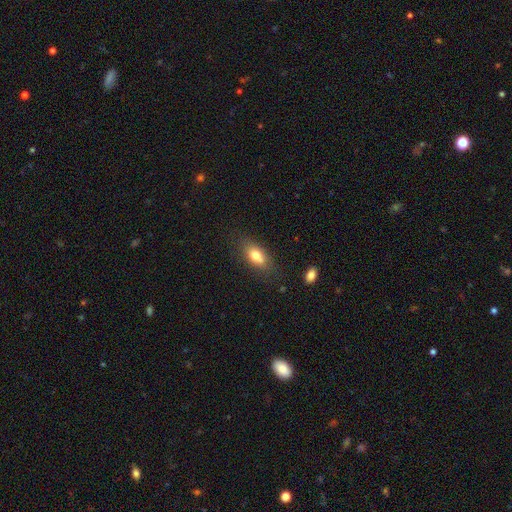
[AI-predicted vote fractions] Morphology: type=smooth (74%); roundness=in between (83%); merging=none (68%).